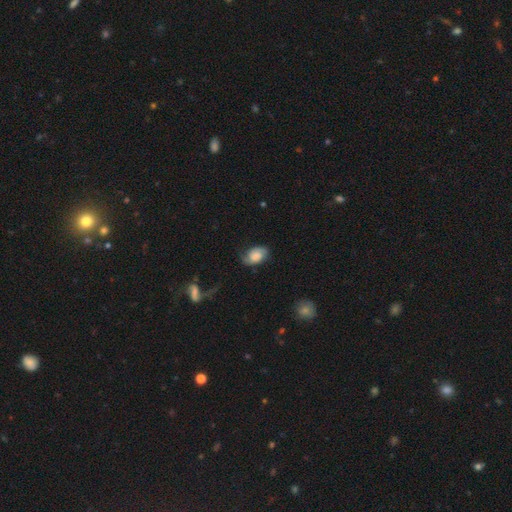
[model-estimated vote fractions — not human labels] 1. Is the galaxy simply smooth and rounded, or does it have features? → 52% smooth, 39% featured or disk, 8% star or artifact.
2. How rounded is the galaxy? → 84% in between, 15% round, 2% cigar-shaped.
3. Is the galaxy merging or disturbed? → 61% none, 26% minor disturbance, 11% major disturbance, 2% merger.